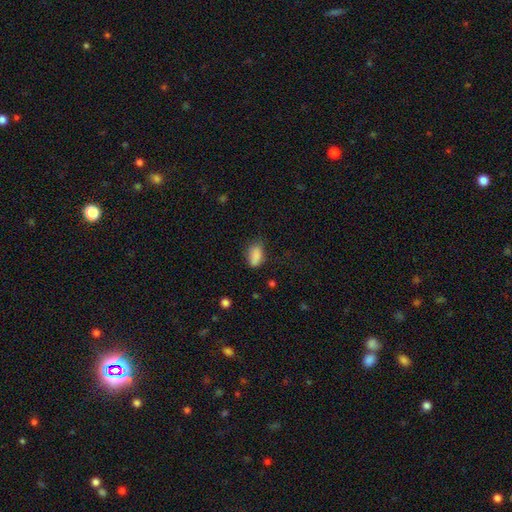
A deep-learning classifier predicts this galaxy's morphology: A smooth galaxy with no disk features (85%) that is in between round and cigar-shaped (89%). Merging: none (60%).